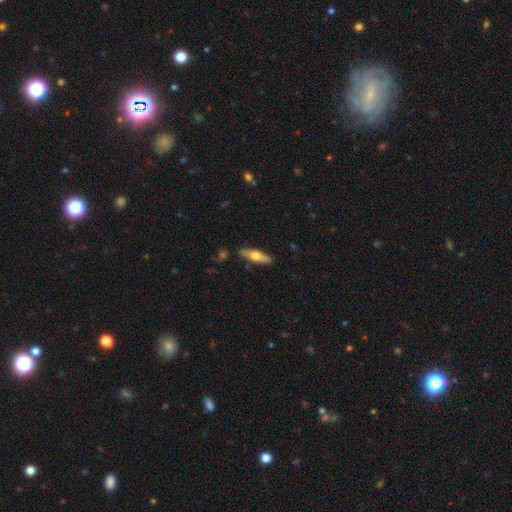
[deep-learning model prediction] A smooth galaxy with no disk features (53%) that is cigar-shaped (61%). Merging: none (88%).